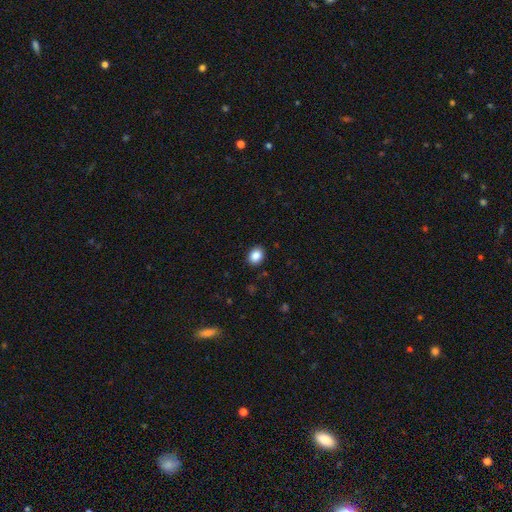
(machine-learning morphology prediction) This is clearly a smooth galaxy (88%). How rounded: possibly in between (55%). Merging: clearly none (90%).